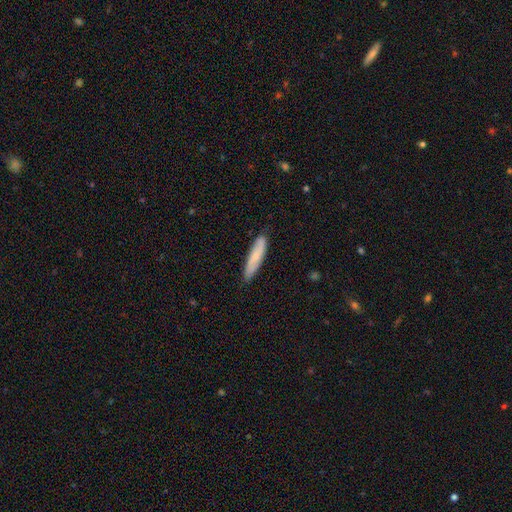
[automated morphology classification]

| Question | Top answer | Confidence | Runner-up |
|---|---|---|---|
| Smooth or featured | smooth | 71% | featured or disk (23%) |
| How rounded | cigar-shaped | 85% | in between (13%) |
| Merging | none | 84% | minor disturbance (13%) |